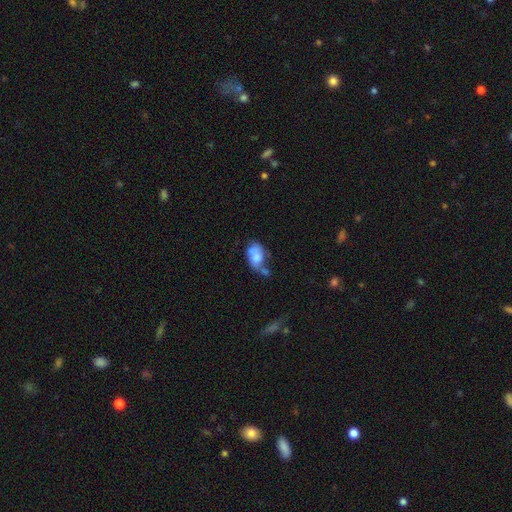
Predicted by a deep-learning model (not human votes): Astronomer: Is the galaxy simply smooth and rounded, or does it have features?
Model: smooth — 56% (runner-up: featured or disk, 35%).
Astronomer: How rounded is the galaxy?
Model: in between — 83%.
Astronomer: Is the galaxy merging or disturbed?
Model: merger — 33% (runner-up: none, 23%).